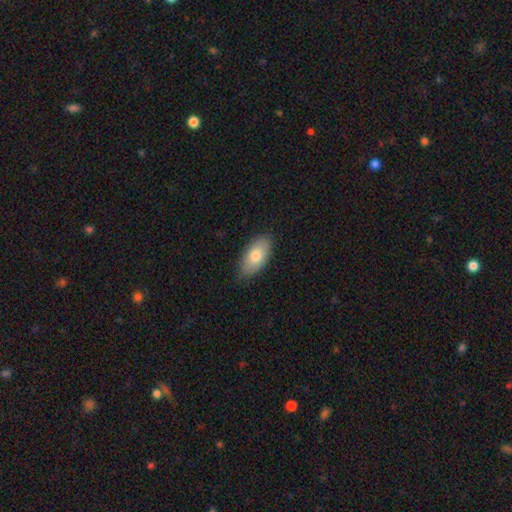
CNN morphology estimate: A smooth galaxy with no disk features (75%) that is in between round and cigar-shaped (93%).

Vote fractions:
- Smooth or featured? smooth: 75% / featured or disk: 19% / star or artifact: 6%
- How rounded? in between: 93% / round: 4% / cigar-shaped: 4%
- Merging? none: 78% / minor disturbance: 18% / major disturbance: 3% / merger: 1%